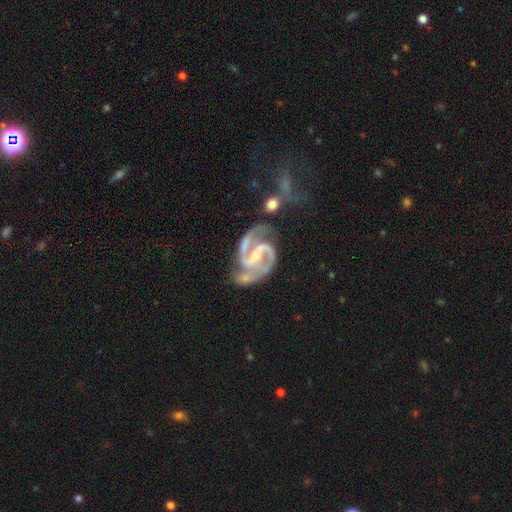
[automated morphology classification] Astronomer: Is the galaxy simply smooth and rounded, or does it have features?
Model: featured or disk — 94%.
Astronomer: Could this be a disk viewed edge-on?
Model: no — 98%.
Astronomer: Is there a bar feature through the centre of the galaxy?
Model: strong — 53% (runner-up: weak, 34%).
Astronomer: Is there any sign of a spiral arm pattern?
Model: yes — 99%.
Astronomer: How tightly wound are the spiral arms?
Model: medium — 63%.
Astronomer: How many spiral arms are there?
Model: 2 — 88%.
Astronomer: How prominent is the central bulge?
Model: small — 70%.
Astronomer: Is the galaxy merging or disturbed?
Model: none — 52%.